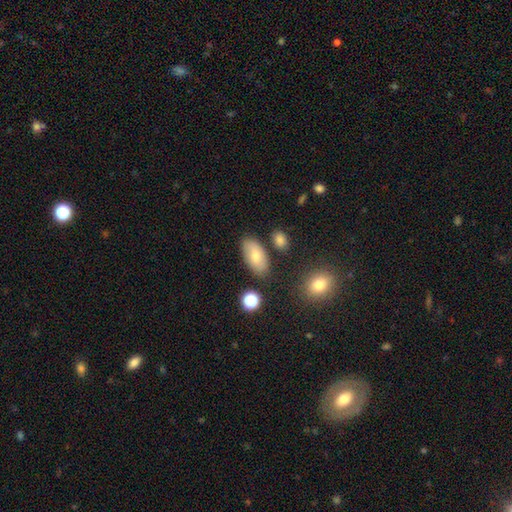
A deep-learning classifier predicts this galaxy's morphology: This appears to be a smooth galaxy with no disk features (72%) that is in between round and cigar-shaped (92%). Merging: none (78%).